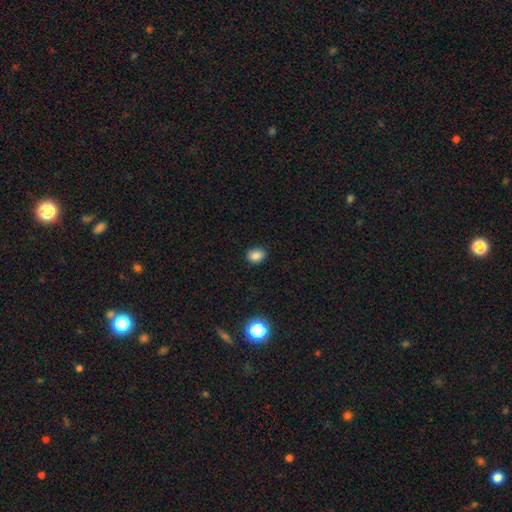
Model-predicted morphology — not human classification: smooth-or-featured: smooth: 84% | star or artifact: 11% | featured or disk: 4%
  how-rounded: in between: 59% | round: 40% | cigar-shaped: 1%
  merging: none: 85% | minor disturbance: 12% | major disturbance: 2% | merger: 1%